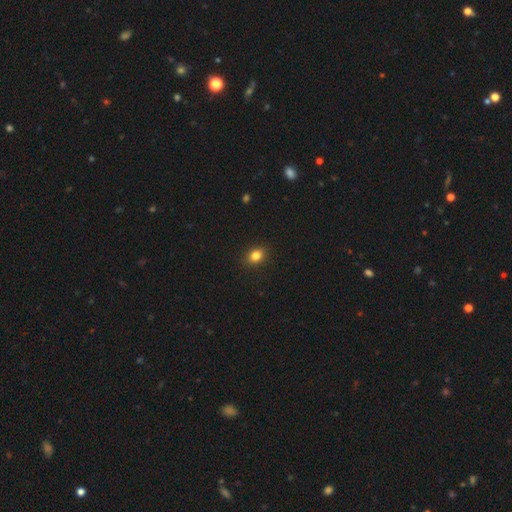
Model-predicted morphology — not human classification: Smooth or featured: smooth — 84% (star or artifact — 11%)
How rounded: in between — 60% (round — 38%)
Merging: none — 90% (minor disturbance — 7%)